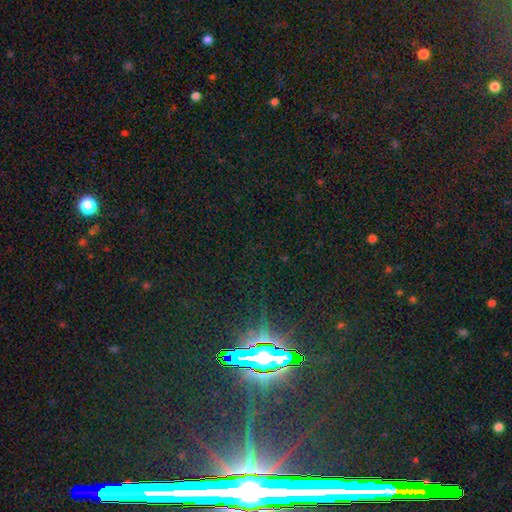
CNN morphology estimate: Q: Smooth or featured?
A: star or artifact (85%); runner-up: smooth (8%)